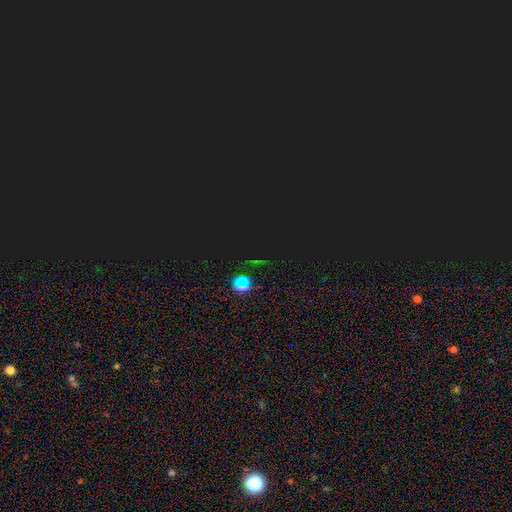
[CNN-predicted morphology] This appears to be a star or artifact, not a galaxy (83%).